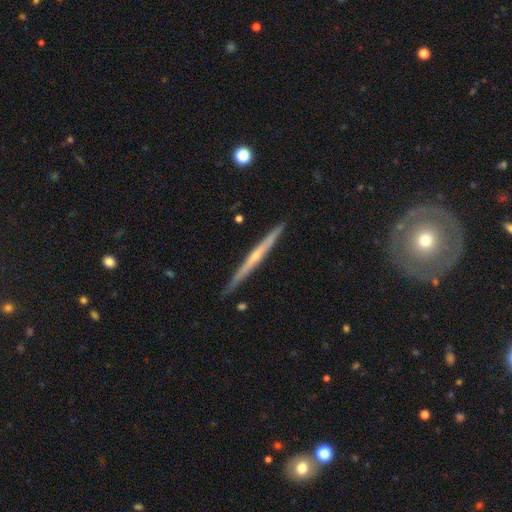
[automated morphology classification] A featured or disk galaxy (71%) viewed edge-on (98%) with a rounded central bulge (49%).

Vote fractions:
- Smooth or featured? featured or disk: 71% / smooth: 23% / star or artifact: 6%
- Edge-on disk? yes: 98% / no: 2%
- Edge-on bulge? rounded: 49% / none: 47% / boxy: 4%
- Merging? none: 89% / minor disturbance: 8% / major disturbance: 1% / merger: 1%